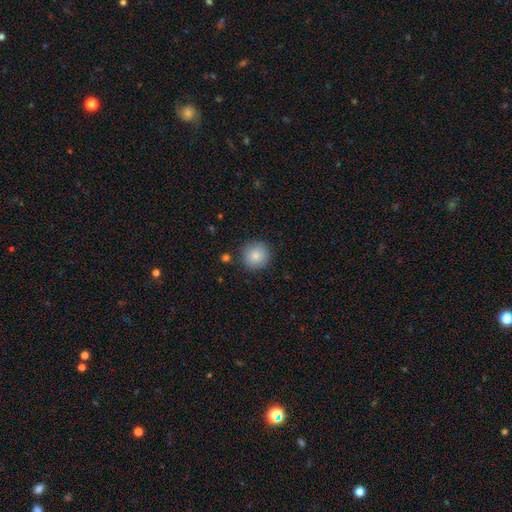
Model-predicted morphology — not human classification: The model was most divided on "smooth or featured": smooth: 85%, star or artifact: 9%, featured or disk: 6%. More confident: how rounded — round (94%); merging — none (88%).